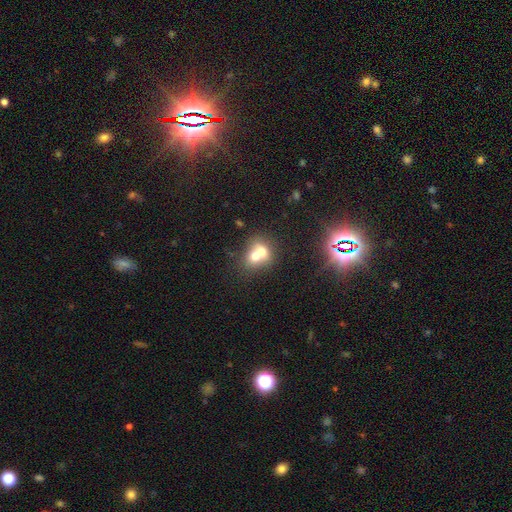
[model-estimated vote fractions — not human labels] A smooth galaxy with no disk features (63%) that is round (57%).

Vote fractions:
- Smooth or featured? smooth: 63% / featured or disk: 26% / star or artifact: 11%
- How rounded? round: 57% / in between: 42% / cigar-shaped: 1%
- Merging? merger: 72% / none: 20% / minor disturbance: 6% / major disturbance: 3%